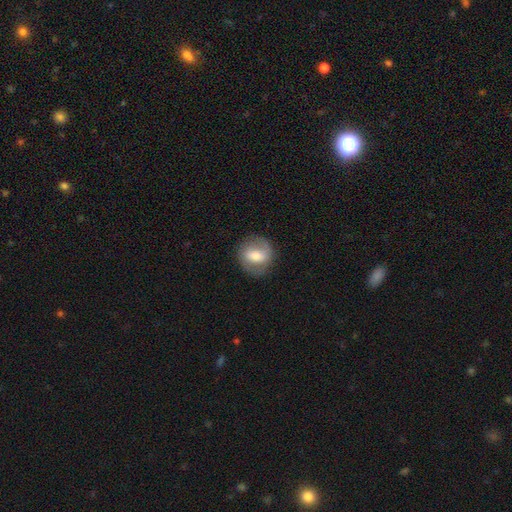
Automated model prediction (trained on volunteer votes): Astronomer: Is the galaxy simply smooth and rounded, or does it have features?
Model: featured or disk — 48% (runner-up: smooth, 45%).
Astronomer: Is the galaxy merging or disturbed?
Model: none — 81%.